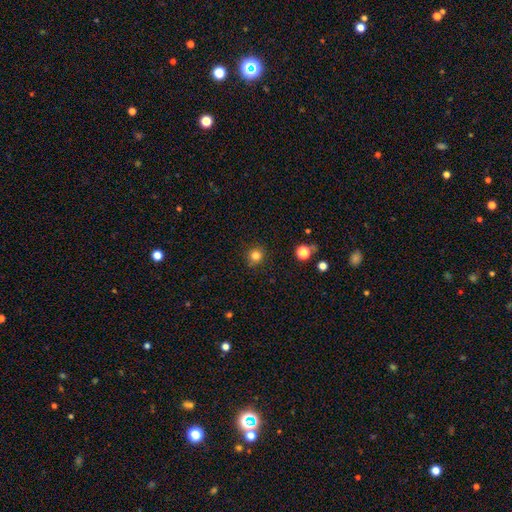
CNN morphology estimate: type=smooth (81%); roundness=round (93%); merging=none (89%).